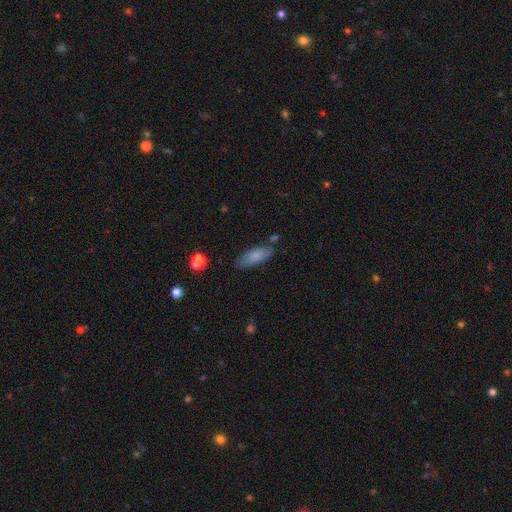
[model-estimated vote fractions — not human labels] smooth 81%, featured or disk 12%, star or artifact 7%. Down the decision tree: how rounded — in between (71%); merging — none (71%).